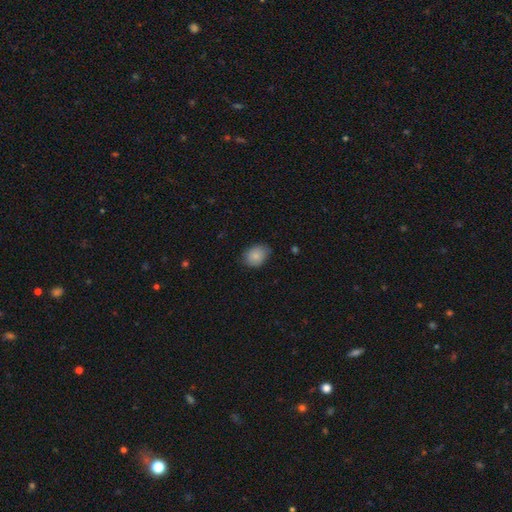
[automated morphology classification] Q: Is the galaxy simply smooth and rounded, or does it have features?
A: smooth — 84%.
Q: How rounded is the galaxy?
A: in between — 58%.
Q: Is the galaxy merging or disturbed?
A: none — 69%.